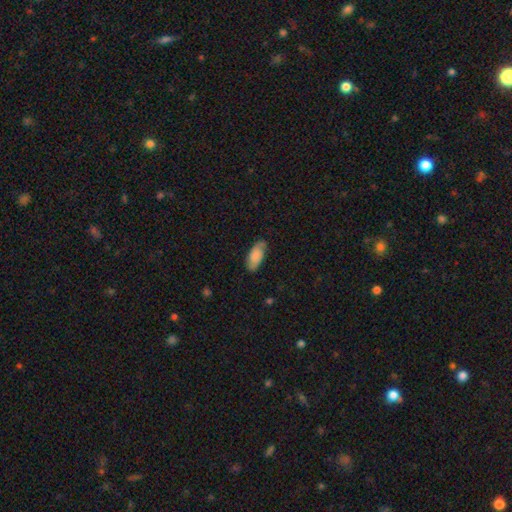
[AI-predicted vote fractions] The model was most divided on "smooth or featured": smooth: 70%, featured or disk: 23%, star or artifact: 7%. More confident: how rounded — in between (89%); merging — none (74%).